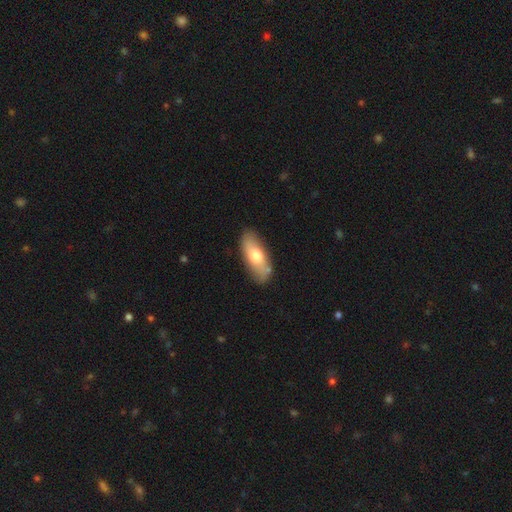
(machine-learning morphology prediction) A smooth galaxy with no disk features (64%) that is in between round and cigar-shaped (79%). Merging: none (78%).